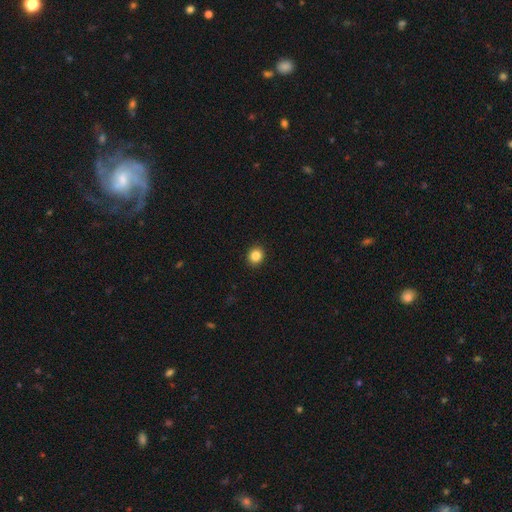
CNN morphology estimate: Q: Smooth or featured?
A: smooth (85%); runner-up: star or artifact (11%)
Q: How rounded?
A: round (82%); runner-up: in between (17%)
Q: Merging?
A: none (93%); runner-up: minor disturbance (5%)